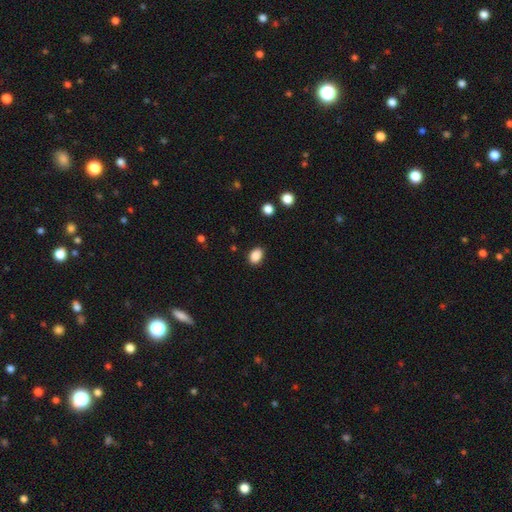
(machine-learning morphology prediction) smooth-or-featured: smooth: 88% | star or artifact: 9% | featured or disk: 3%
  how-rounded: in between: 74% | round: 25% | cigar-shaped: 1%
  merging: none: 87% | minor disturbance: 9% | major disturbance: 2% | merger: 1%